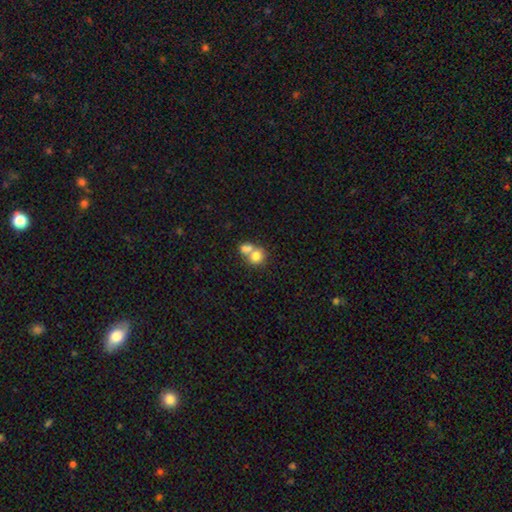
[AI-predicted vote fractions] A smooth galaxy with no disk features (75%) that is round (73%). Merging: merger (61%).